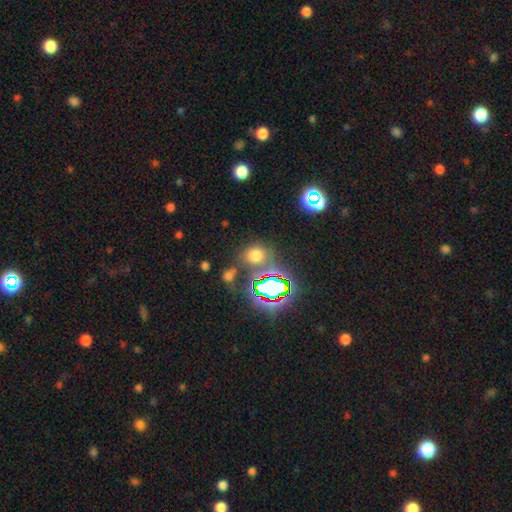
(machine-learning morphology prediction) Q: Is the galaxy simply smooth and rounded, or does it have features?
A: smooth — 60%.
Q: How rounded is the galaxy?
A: round — 68%.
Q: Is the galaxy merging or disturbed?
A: none — 69%.